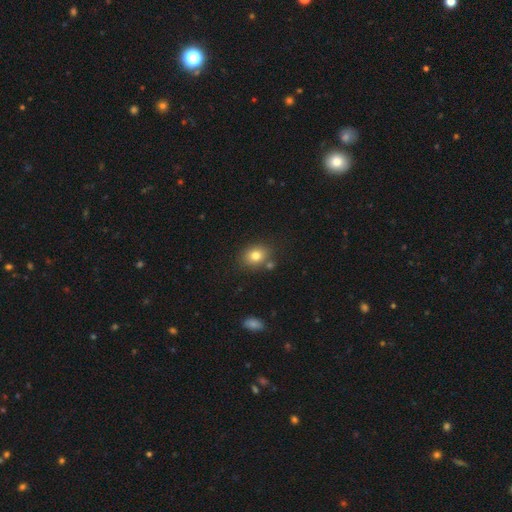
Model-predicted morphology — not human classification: smooth_or_featured: smooth (p=0.79) [alt: star or artifact p=0.11]
how_rounded: in between (p=0.50) [alt: round p=0.49]
merging: none (p=0.75) [alt: minor disturbance p=0.12]